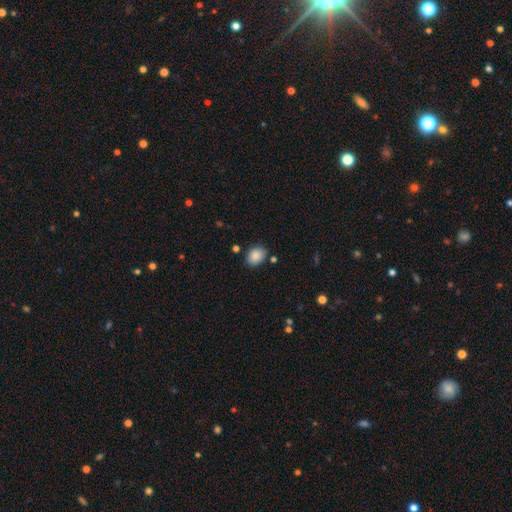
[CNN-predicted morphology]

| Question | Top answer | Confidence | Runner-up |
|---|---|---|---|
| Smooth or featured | smooth | 87% | star or artifact (8%) |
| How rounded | in between | 64% | round (36%) |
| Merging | none | 80% | minor disturbance (13%) |